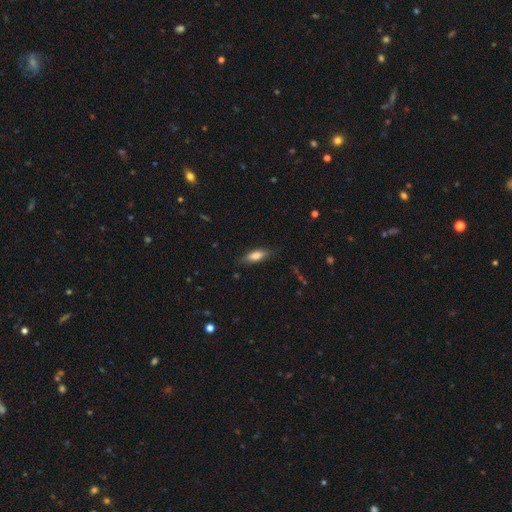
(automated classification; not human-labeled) Morphology: type=smooth (78%); roundness=in between (64%); merging=none (80%).